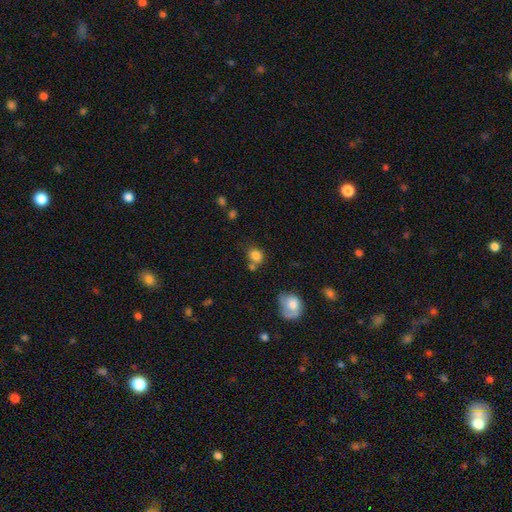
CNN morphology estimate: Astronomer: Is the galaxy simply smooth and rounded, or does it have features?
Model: smooth — 81%.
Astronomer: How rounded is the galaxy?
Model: round — 65%.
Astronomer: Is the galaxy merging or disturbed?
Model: none — 51%.